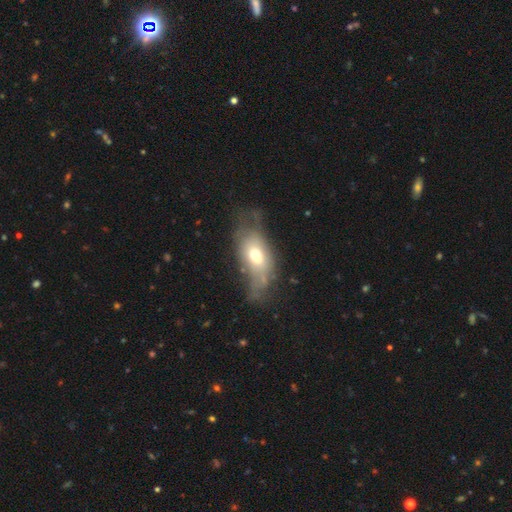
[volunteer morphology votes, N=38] smooth_or_featured: smooth (p=0.61) [alt: featured or disk p=0.34]
how_rounded: in between (p=0.96) [alt: cigar-shaped p=0.04]
merging: major disturbance (p=0.61) [alt: none p=0.19]